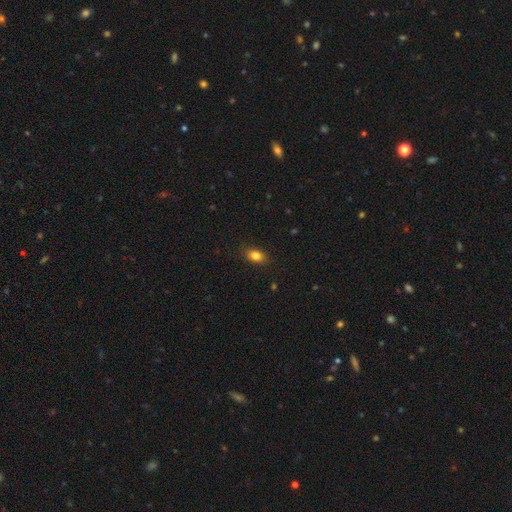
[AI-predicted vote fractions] Smooth or featured: smooth — 84% (star or artifact — 10%)
How rounded: in between — 80% (round — 18%)
Merging: none — 86% (minor disturbance — 10%)